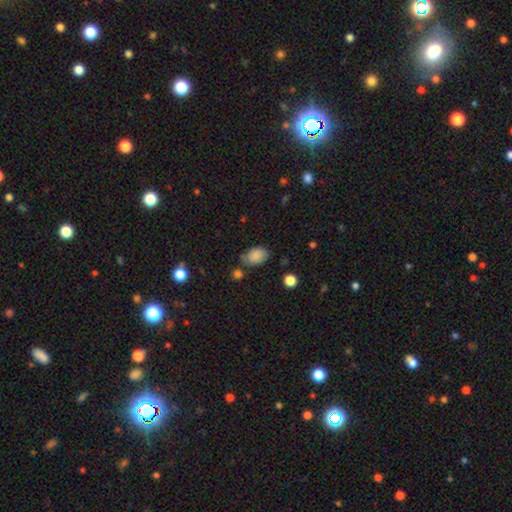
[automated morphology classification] Q: Smooth or featured?
A: smooth (85%); runner-up: star or artifact (9%)
Q: How rounded?
A: in between (83%); runner-up: round (16%)
Q: Merging?
A: none (60%); runner-up: minor disturbance (27%)